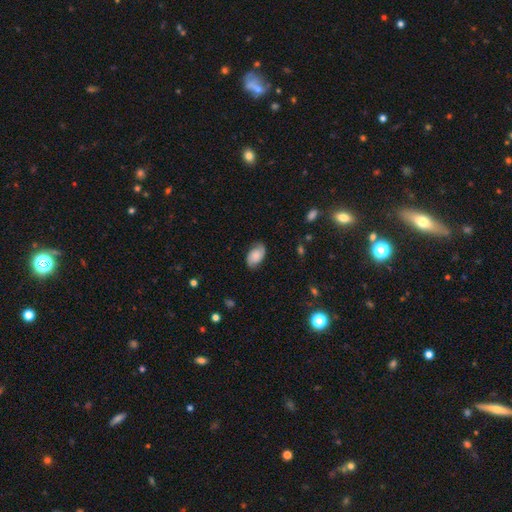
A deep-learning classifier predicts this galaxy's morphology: smooth-or-featured: smooth: 53% | featured or disk: 39% | star or artifact: 8%
  how-rounded: in between: 91% | round: 7% | cigar-shaped: 1%
  merging: none: 77% | minor disturbance: 17% | major disturbance: 5% | merger: 1%